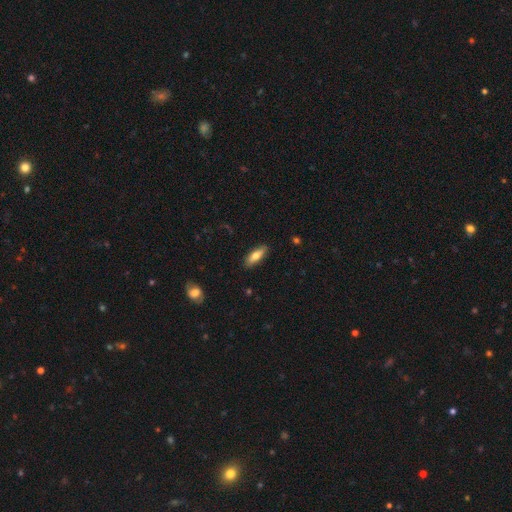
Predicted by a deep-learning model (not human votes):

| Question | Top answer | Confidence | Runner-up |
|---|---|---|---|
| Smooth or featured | smooth | 70% | featured or disk (24%) |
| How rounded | in between | 57% | cigar-shaped (41%) |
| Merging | none | 88% | minor disturbance (9%) |